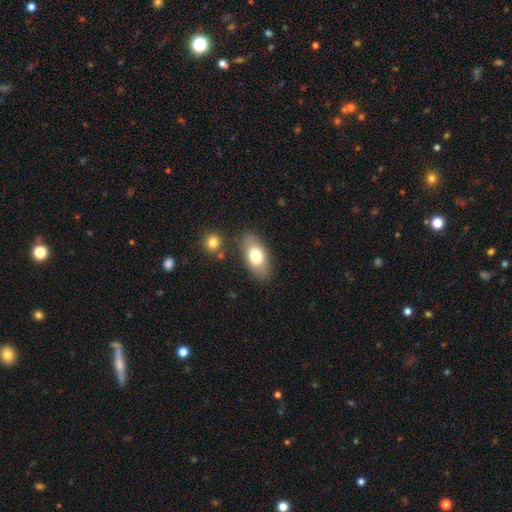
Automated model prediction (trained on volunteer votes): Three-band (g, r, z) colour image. It shows a smooth galaxy with no disk features (73%) that is in between round and cigar-shaped (89%). Merging: none (79%).